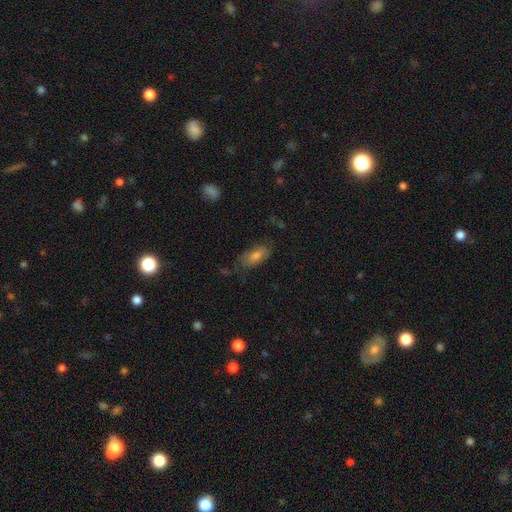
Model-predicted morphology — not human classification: smooth-or-featured: smooth: 61% | featured or disk: 28% | star or artifact: 12%
  how-rounded: in between: 83% | cigar-shaped: 13% | round: 5%
  merging: none: 65% | minor disturbance: 24% | major disturbance: 9% | merger: 2%